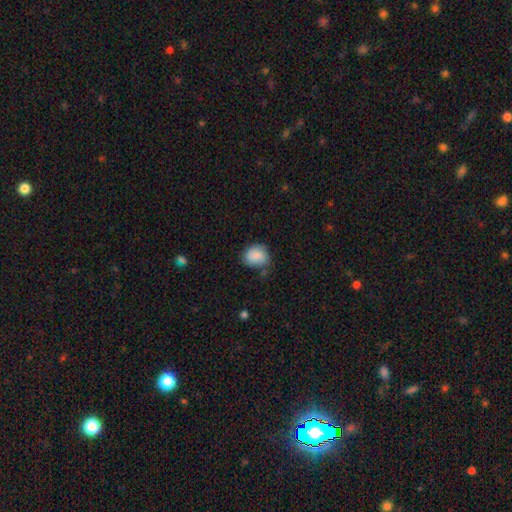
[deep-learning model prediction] Smooth or featured? Predicted: smooth (p=0.85). How rounded? Predicted: round (p=0.58). Merging? Predicted: none (p=0.64).